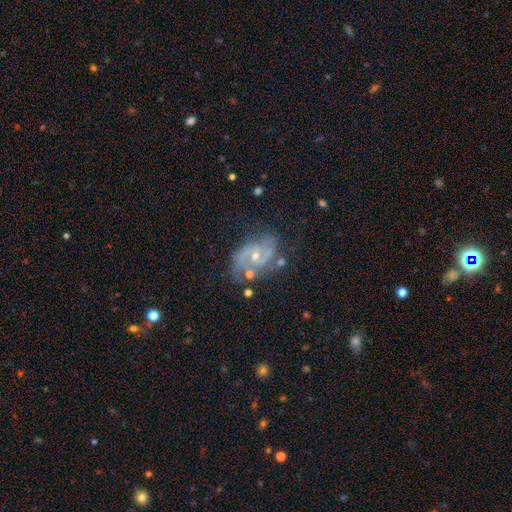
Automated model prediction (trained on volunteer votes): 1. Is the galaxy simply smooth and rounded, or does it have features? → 85% featured or disk, 7% star or artifact, 7% smooth.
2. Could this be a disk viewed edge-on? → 97% no, 3% yes.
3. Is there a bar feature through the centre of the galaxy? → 48% no, 41% weak, 11% strong.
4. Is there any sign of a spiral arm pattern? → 95% yes, 5% no.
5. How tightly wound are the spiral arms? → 54% medium, 26% tight, 19% loose.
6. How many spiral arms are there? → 82% 2, 7% can't tell, 5% 3, 2% 1, 2% 4, 2% more than 4.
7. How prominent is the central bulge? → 60% small, 36% moderate, 2% none, 1% large, 1% dominant.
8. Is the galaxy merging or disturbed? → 63% none, 21% minor disturbance, 10% major disturbance, 6% merger.